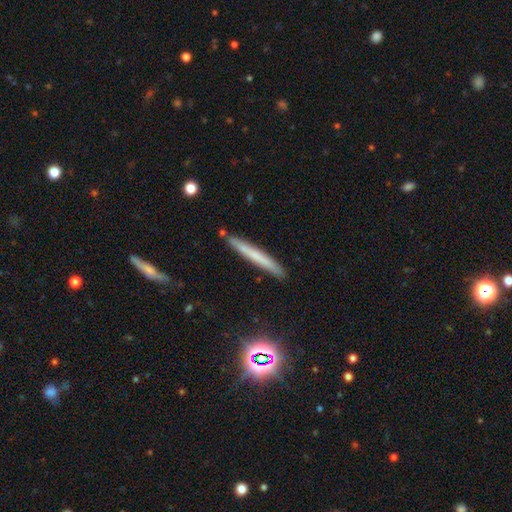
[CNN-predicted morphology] Smooth or featured: smooth — 58% (featured or disk — 33%)
How rounded: cigar-shaped — 96% (in between — 2%)
Merging: none — 88% (minor disturbance — 8%)